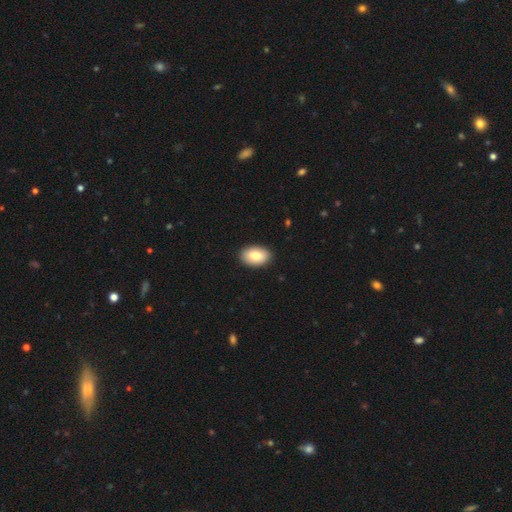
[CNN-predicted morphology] This appears to be a smooth galaxy with no disk features (81%) that is in between round and cigar-shaped (90%). Merging: none (90%).